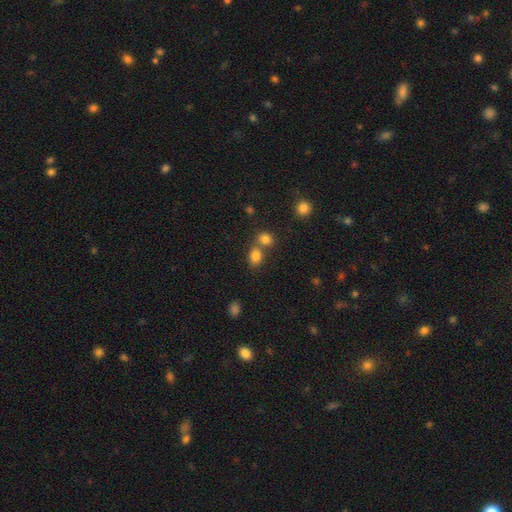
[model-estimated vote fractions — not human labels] Morphology: type=smooth (81%); roundness=in between (62%); merging=none (47%).